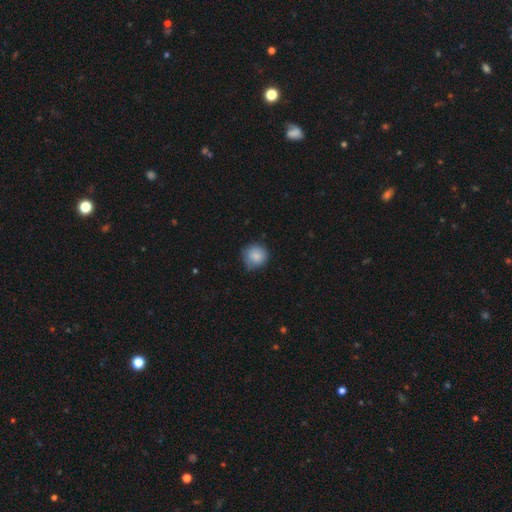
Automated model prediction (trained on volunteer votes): The model was most divided on "merging": none: 71%, minor disturbance: 24%, major disturbance: 4%, merger: 1%. More confident: how rounded — round (91%); smooth or featured — smooth (84%).